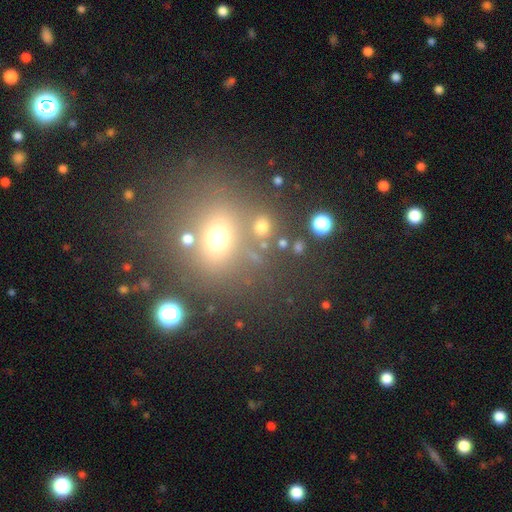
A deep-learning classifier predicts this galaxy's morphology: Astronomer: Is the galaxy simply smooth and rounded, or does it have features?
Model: smooth — 57%.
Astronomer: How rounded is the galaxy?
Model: round — 67%.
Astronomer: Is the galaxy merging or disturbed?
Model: none — 67%.